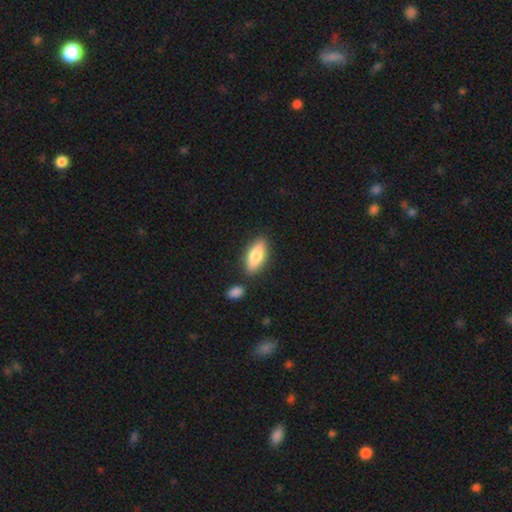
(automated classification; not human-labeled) smooth-or-featured: smooth: 72% | featured or disk: 22% | star or artifact: 6%
  how-rounded: in between: 72% | cigar-shaped: 25% | round: 3%
  merging: none: 81% | minor disturbance: 10% | merger: 6% | major disturbance: 2%